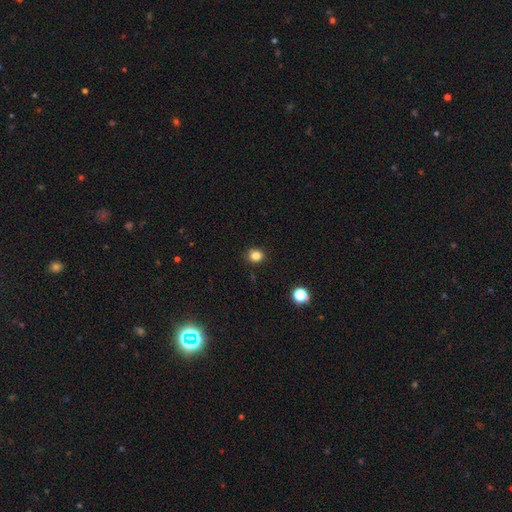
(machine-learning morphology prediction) type=smooth (83%); roundness=round (81%); merging=none (87%).